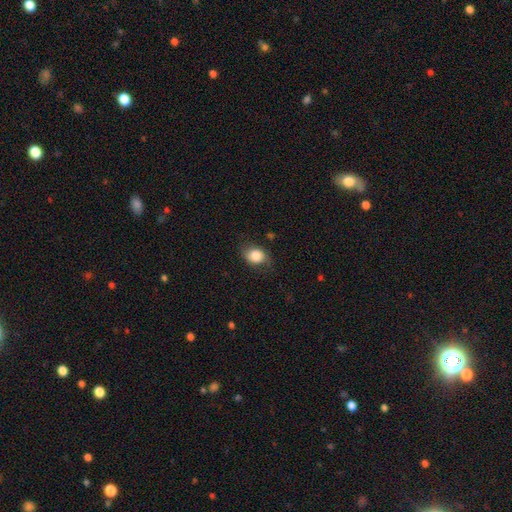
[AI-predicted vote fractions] Q: Smooth or featured?
A: smooth (80%); runner-up: featured or disk (12%)
Q: How rounded?
A: in between (61%); runner-up: round (37%)
Q: Merging?
A: none (70%); runner-up: minor disturbance (22%)